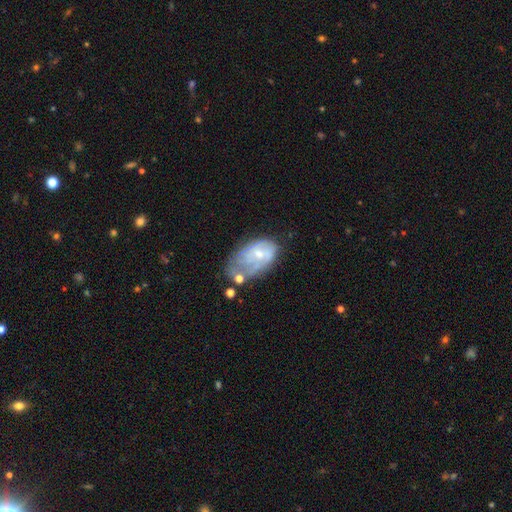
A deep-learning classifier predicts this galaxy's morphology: Smooth or featured?
  - featured or disk: 53% *
  - smooth: 36%
  - star or artifact: 11%
Edge-on disk?
  - no: 95% *
  - yes: 5%
Bar?
  - no: 76% *
  - weak: 20%
  - strong: 4%
Spiral arms?
  - no: 58% *
  - yes: 42%
Bulge size?
  - small: 60% *
  - moderate: 32%
  - none: 5%
  - large: 2%
  - dominant: 1%
Merging?
  - none: 36% *
  - minor disturbance: 30%
  - major disturbance: 20%
  - merger: 15%